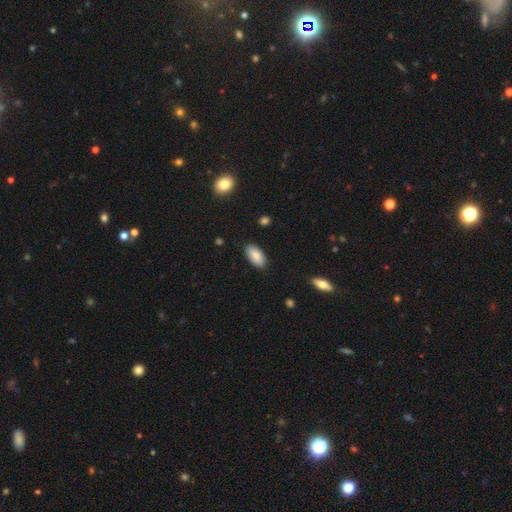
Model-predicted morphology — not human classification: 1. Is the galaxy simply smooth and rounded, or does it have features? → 85% smooth, 8% featured or disk, 7% star or artifact.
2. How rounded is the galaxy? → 93% in between, 5% cigar-shaped, 2% round.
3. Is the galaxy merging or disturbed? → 87% none, 10% minor disturbance, 2% major disturbance, 1% merger.